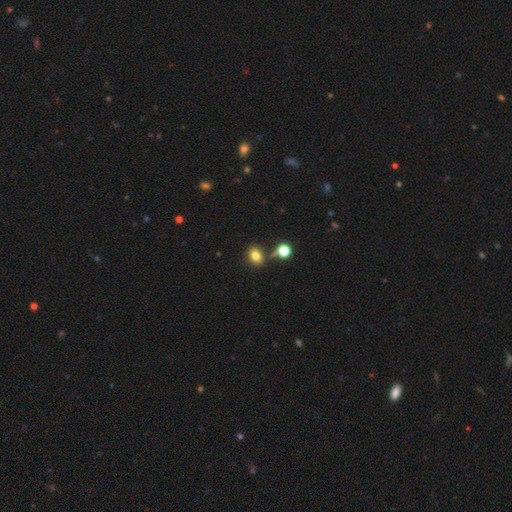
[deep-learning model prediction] The model was most divided on "how rounded": in between: 66%, round: 33%, cigar-shaped: 2%. More confident: smooth or featured — smooth (80%); merging — none (65%).